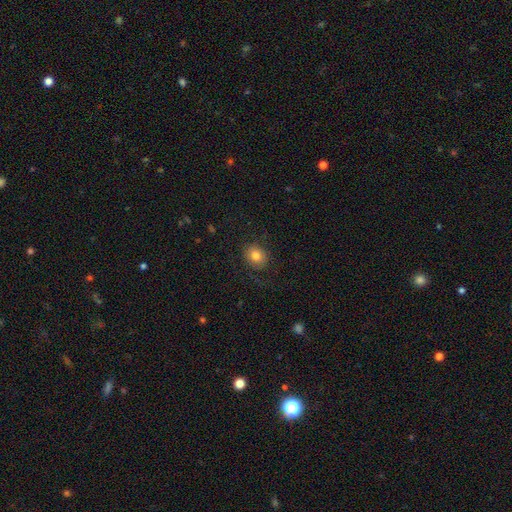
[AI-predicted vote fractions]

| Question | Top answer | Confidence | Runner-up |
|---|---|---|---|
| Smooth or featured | smooth | 79% | featured or disk (11%) |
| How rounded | round | 64% | in between (35%) |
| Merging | none | 80% | minor disturbance (13%) |